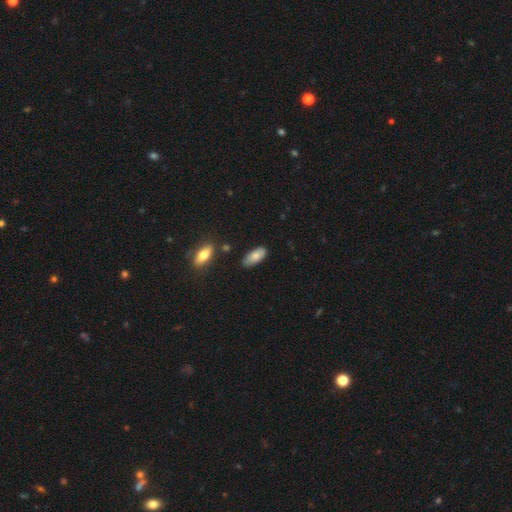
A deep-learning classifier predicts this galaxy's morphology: smooth 79%, featured or disk 14%, star or artifact 6%. Down the decision tree: how rounded — in between (85%); merging — none (77%).